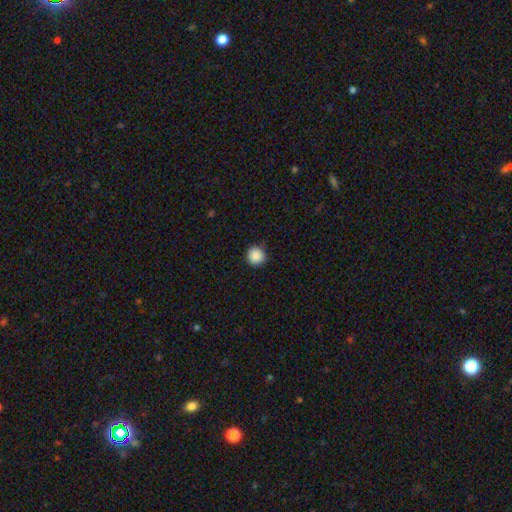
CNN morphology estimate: smooth 88%, star or artifact 9%, featured or disk 3%. Down the decision tree: how rounded — round (95%); merging — none (87%).